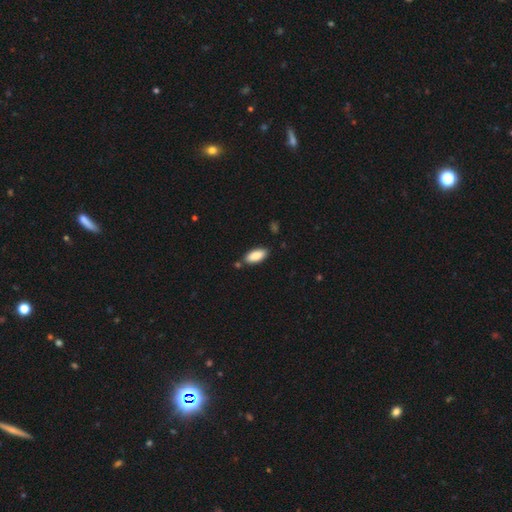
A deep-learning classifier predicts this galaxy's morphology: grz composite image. It shows a smooth galaxy with no disk features (86%) that is in between round and cigar-shaped (88%). Merging: none (81%).